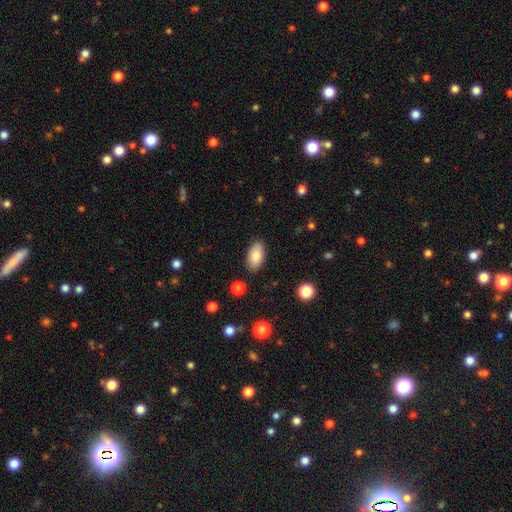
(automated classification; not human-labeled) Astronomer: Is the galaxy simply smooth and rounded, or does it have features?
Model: smooth — 85%.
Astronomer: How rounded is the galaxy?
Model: in between — 94%.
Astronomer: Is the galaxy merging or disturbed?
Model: none — 87%.